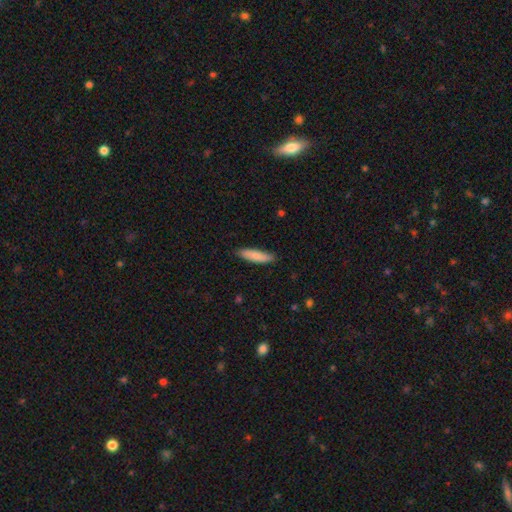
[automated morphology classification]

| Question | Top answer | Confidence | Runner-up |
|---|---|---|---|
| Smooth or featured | smooth | 85% | featured or disk (10%) |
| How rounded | cigar-shaped | 72% | in between (26%) |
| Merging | none | 86% | minor disturbance (11%) |